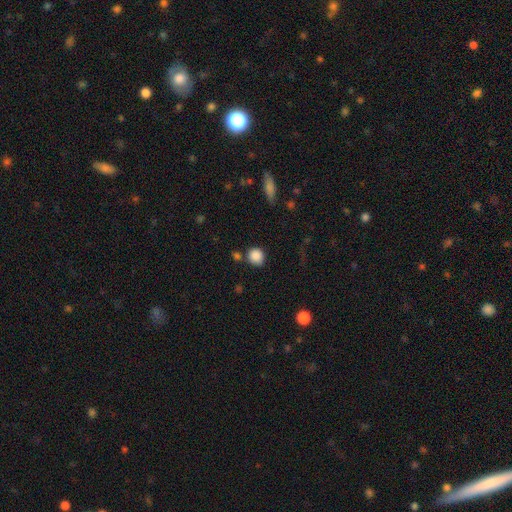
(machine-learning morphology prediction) Q: Smooth or featured?
A: smooth (87%); runner-up: star or artifact (10%)
Q: How rounded?
A: round (86%); runner-up: in between (13%)
Q: Merging?
A: none (75%); runner-up: minor disturbance (13%)